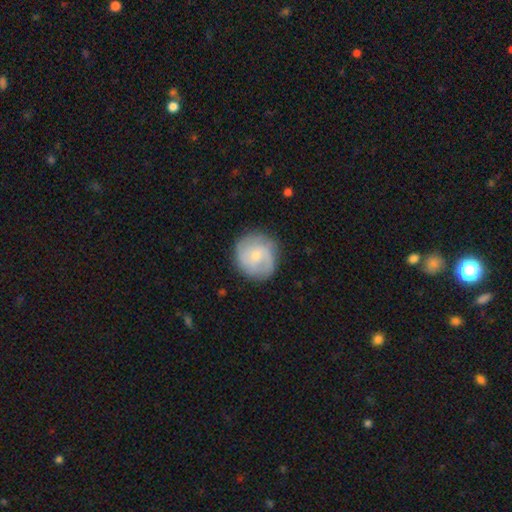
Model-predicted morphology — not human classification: Smooth or featured: featured or disk — 55% (smooth — 38%)
Edge-on disk: no — 98% (yes — 2%)
Bar: no — 62% (weak — 33%)
Spiral arms: yes — 86% (no — 14%)
Bulge size: small — 60% (moderate — 36%)
Merging: none — 80% (minor disturbance — 14%)